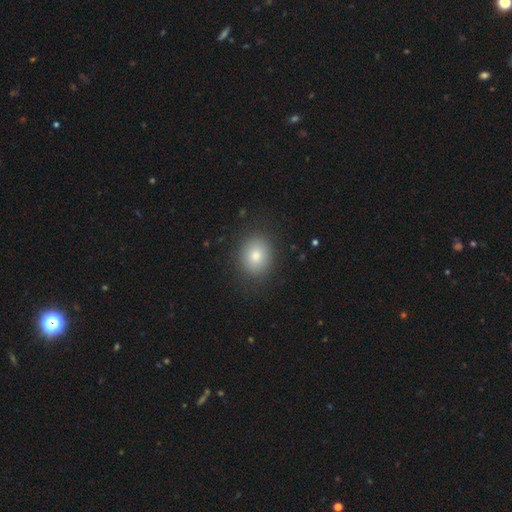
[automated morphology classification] Q: Smooth or featured?
A: smooth (81%); runner-up: featured or disk (10%)
Q: How rounded?
A: round (64%); runner-up: in between (35%)
Q: Merging?
A: none (86%); runner-up: minor disturbance (9%)